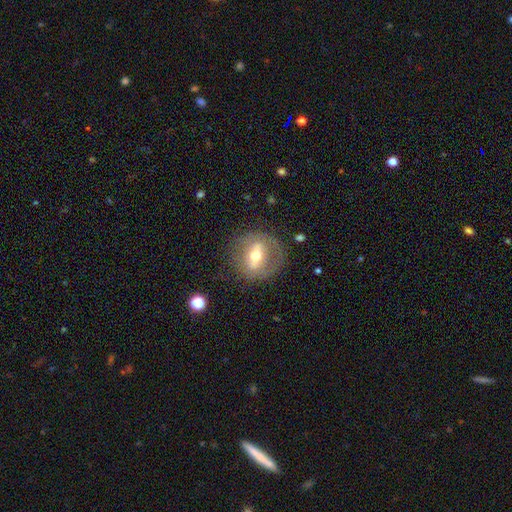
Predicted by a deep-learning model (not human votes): Smooth or featured? featured or disk (61%)
Edge-on disk? no (84%)
Bar? strong (52%)
Spiral arms? no (72%)
Bulge size? moderate (67%)
Merging? none (75%)